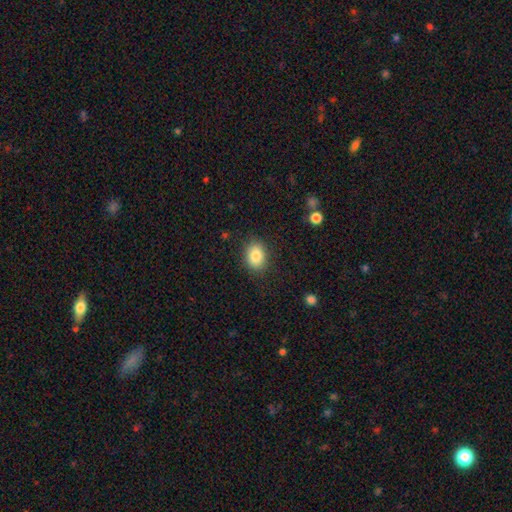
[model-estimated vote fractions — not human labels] The model was most divided on "how rounded": in between: 63%, round: 36%, cigar-shaped: 1%. More confident: merging — none (86%); smooth or featured — smooth (85%).